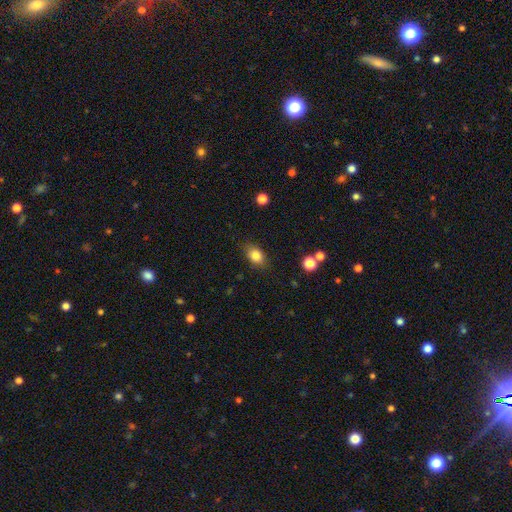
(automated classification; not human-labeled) Smooth or featured: smooth — 83% (star or artifact — 10%)
How rounded: in between — 76% (round — 22%)
Merging: none — 83% (minor disturbance — 12%)